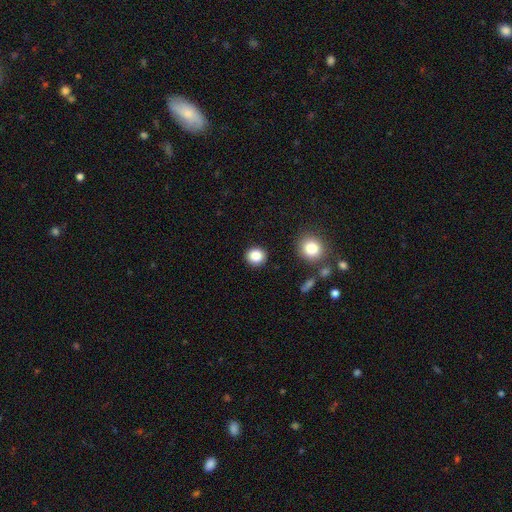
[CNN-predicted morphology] Smooth or featured?
  - smooth: 87% *
  - star or artifact: 10%
  - featured or disk: 4%
How rounded?
  - round: 87% *
  - in between: 12%
  - cigar-shaped: 1%
Merging?
  - none: 89% *
  - minor disturbance: 7%
  - major disturbance: 2%
  - merger: 2%